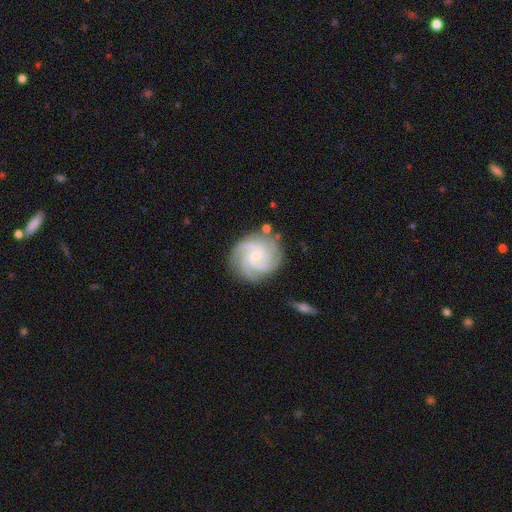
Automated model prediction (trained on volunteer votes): A featured or disk galaxy (88%) with no bar (67%), 3 (42%) tight (67%) spiral arms (98%) and a small central bulge (74%).

Vote fractions:
- Smooth or featured? featured or disk: 88% / smooth: 7% / star or artifact: 5%
- Edge-on disk? no: 98% / yes: 2%
- Bar? no: 67% / weak: 28% / strong: 5%
- Spiral arms? yes: 98% / no: 2%
- Spiral winding? tight: 67% / medium: 29% / loose: 4%
- Spiral arm count? 3: 42% / 4: 34% / can't tell: 9% / 2: 7% / more than 4: 5% / 1: 4%
- Bulge size? small: 74% / moderate: 22% / none: 2% / large: 1% / dominant: 1%
- Merging? none: 80% / minor disturbance: 13% / major disturbance: 4% / merger: 2%